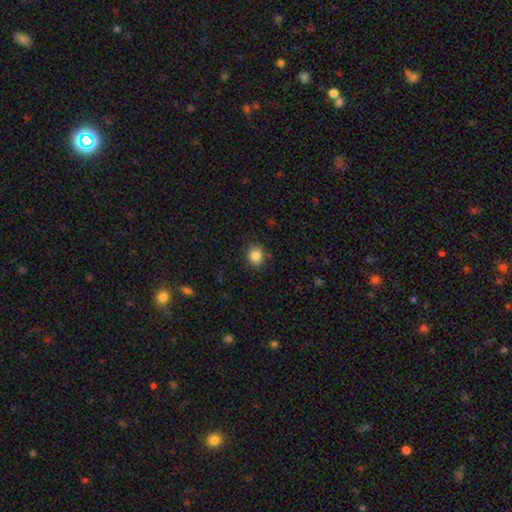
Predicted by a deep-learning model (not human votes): smooth_or_featured: smooth (p=0.86) [alt: star or artifact p=0.10]
how_rounded: round (p=0.69) [alt: in between p=0.30]
merging: none (p=0.86) [alt: minor disturbance p=0.10]